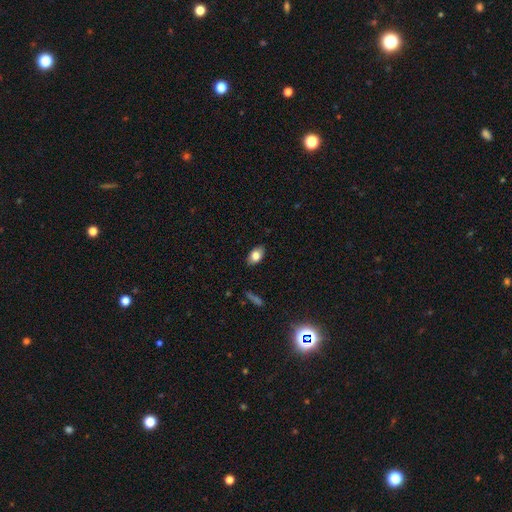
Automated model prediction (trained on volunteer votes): A smooth galaxy with no disk features (79%) that is in between round and cigar-shaped (90%).

Vote fractions:
- Smooth or featured? smooth: 79% / featured or disk: 13% / star or artifact: 8%
- How rounded? in between: 90% / round: 8% / cigar-shaped: 2%
- Merging? none: 86% / minor disturbance: 11% / major disturbance: 2% / merger: 1%